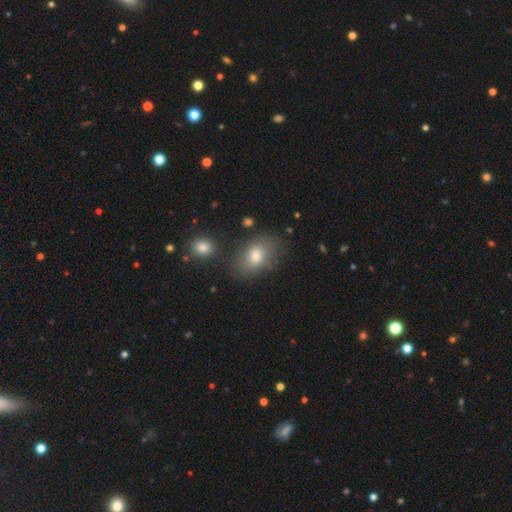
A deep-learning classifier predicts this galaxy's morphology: Q: Smooth or featured?
A: smooth (76%); runner-up: featured or disk (14%)
Q: How rounded?
A: in between (82%); runner-up: round (17%)
Q: Merging?
A: none (74%); runner-up: minor disturbance (15%)